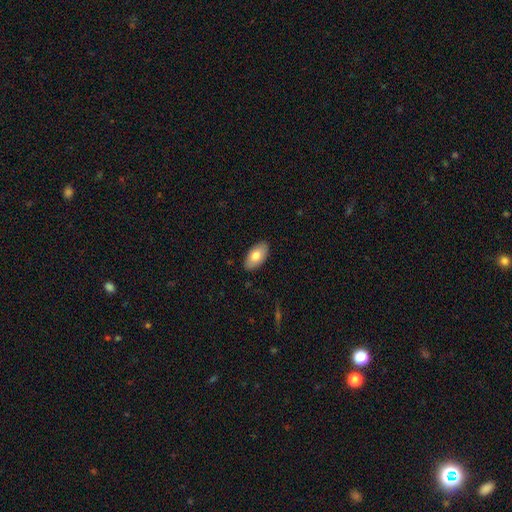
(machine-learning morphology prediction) smooth_or_featured: smooth (p=0.77) [alt: featured or disk p=0.16]
how_rounded: in between (p=0.95) [alt: round p=0.03]
merging: none (p=0.87) [alt: minor disturbance p=0.10]